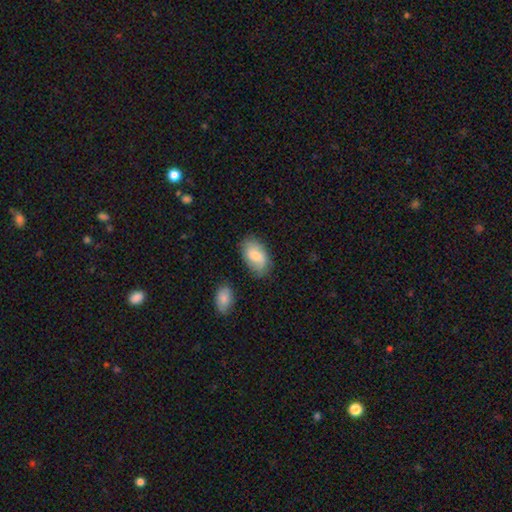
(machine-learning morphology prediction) Overall: smooth (78%). How rounded: in between (94%). Merging: none (75%).